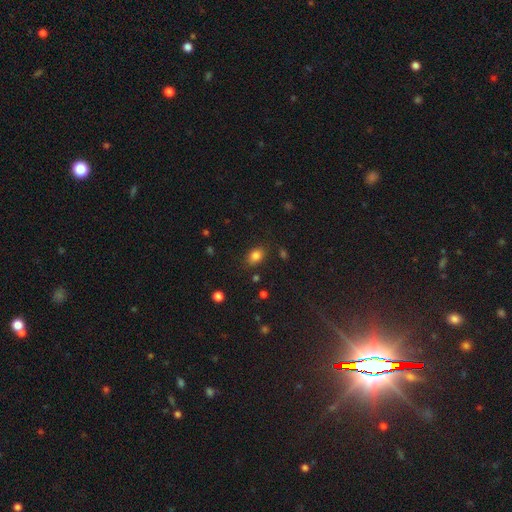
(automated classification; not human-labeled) smooth-or-featured: smooth: 83% | star or artifact: 11% | featured or disk: 6%
  how-rounded: in between: 72% | round: 27% | cigar-shaped: 1%
  merging: none: 81% | minor disturbance: 13% | major disturbance: 4% | merger: 2%